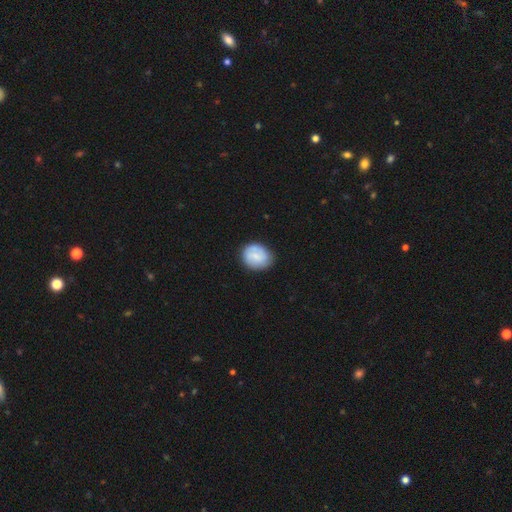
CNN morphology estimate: A smooth galaxy with no disk features (61%) that is round (62%). Merging: none (79%).